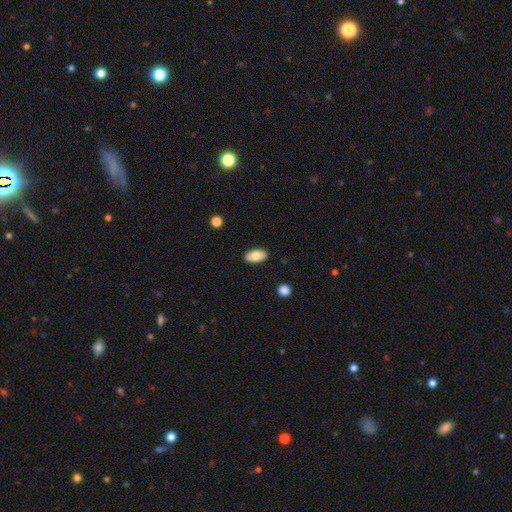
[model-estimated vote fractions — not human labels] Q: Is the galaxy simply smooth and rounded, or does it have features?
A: smooth — 79%.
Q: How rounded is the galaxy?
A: in between — 93%.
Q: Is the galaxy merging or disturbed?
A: none — 88%.